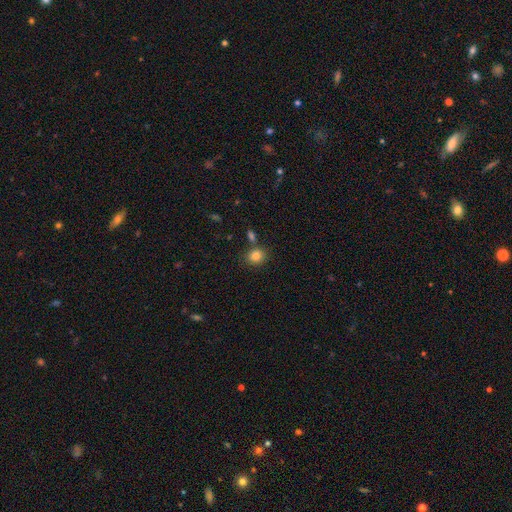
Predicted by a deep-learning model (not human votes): Smooth or featured?
  - smooth: 83% *
  - star or artifact: 11%
  - featured or disk: 6%
How rounded?
  - round: 70% *
  - in between: 29%
  - cigar-shaped: 1%
Merging?
  - none: 76% *
  - merger: 11%
  - minor disturbance: 10%
  - major disturbance: 3%